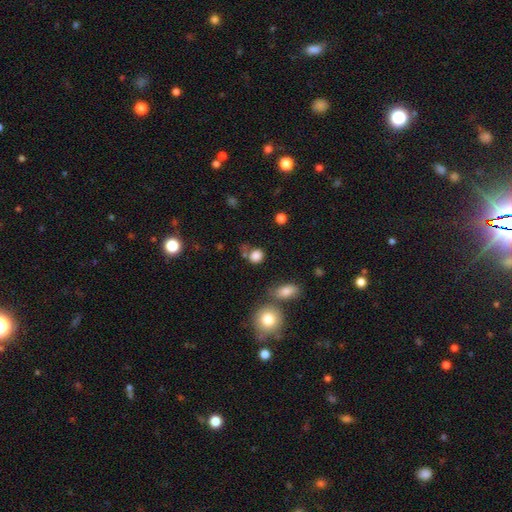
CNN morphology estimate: Smooth or featured? Predicted: smooth (p=0.83). How rounded? Predicted: round (p=0.74). Merging? Predicted: none (p=0.59).